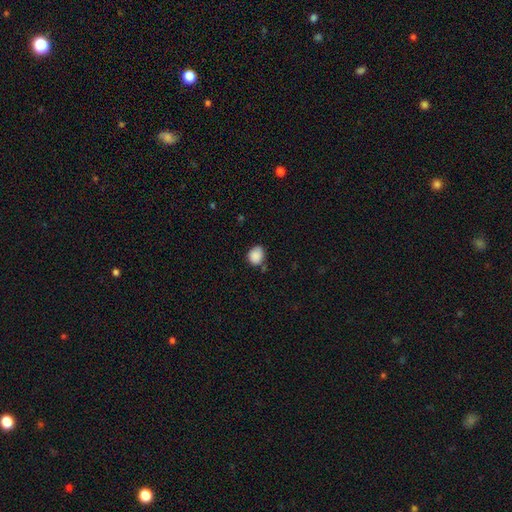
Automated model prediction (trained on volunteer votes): smooth-or-featured: smooth: 88% | star or artifact: 8% | featured or disk: 4%
  how-rounded: round: 63% | in between: 36% | cigar-shaped: 1%
  merging: none: 66% | minor disturbance: 24% | merger: 5% | major disturbance: 5%